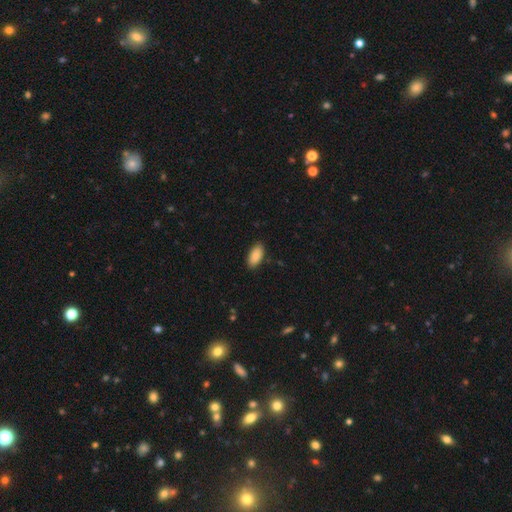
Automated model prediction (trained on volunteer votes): This is clearly a smooth galaxy (89%). How rounded: clearly in between (92%). Merging: clearly none (87%).